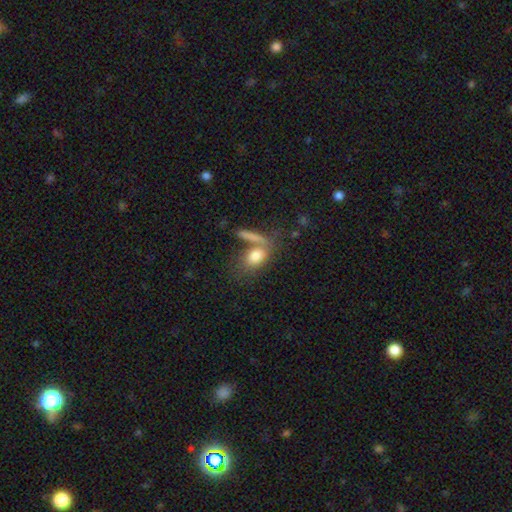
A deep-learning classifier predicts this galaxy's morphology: This is likely a smooth galaxy (77%). How rounded: likely in between (73%). Merging: marginally none (44%).